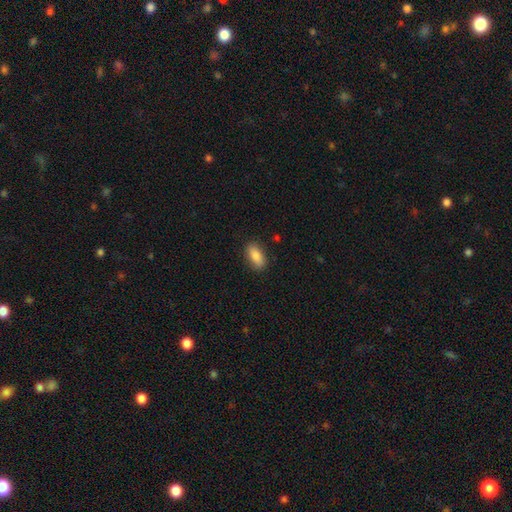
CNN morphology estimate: Smooth or featured? smooth (85%)
How rounded? in between (85%)
Merging? none (85%)